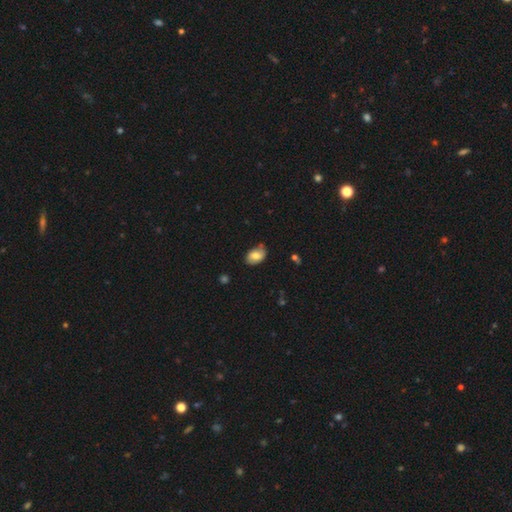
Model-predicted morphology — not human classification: Q: Smooth or featured?
A: smooth (69%); runner-up: featured or disk (23%)
Q: How rounded?
A: in between (87%); runner-up: round (12%)
Q: Merging?
A: none (68%); runner-up: minor disturbance (25%)